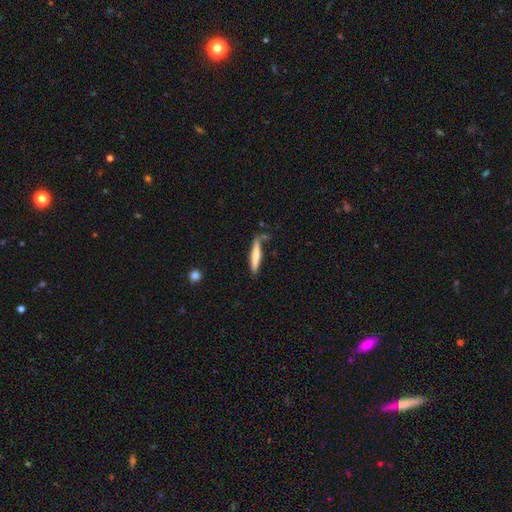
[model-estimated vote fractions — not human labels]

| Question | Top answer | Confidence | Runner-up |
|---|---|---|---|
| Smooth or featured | smooth | 70% | featured or disk (24%) |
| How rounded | cigar-shaped | 90% | in between (9%) |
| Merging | none | 70% | minor disturbance (19%) |